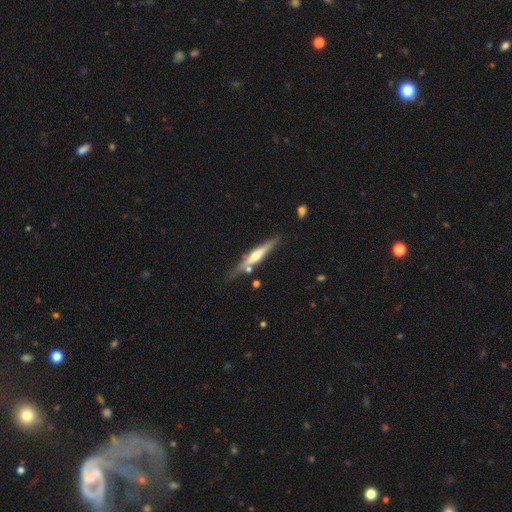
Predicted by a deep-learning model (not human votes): Smooth or featured?
  - featured or disk: 66% *
  - smooth: 28%
  - star or artifact: 6%
Edge-on disk?
  - yes: 95% *
  - no: 5%
Edge-on bulge?
  - rounded: 82% *
  - none: 9%
  - boxy: 9%
Merging?
  - none: 77% *
  - minor disturbance: 14%
  - merger: 6%
  - major disturbance: 3%